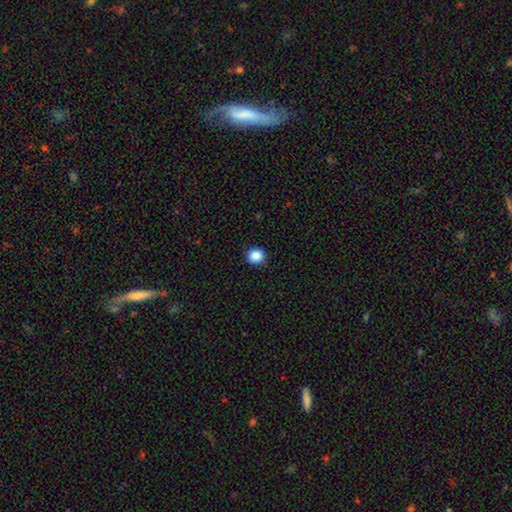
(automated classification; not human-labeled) The model was most divided on "smooth or featured": smooth: 87%, star or artifact: 10%, featured or disk: 3%. More confident: merging — none (90%); how rounded — round (89%).